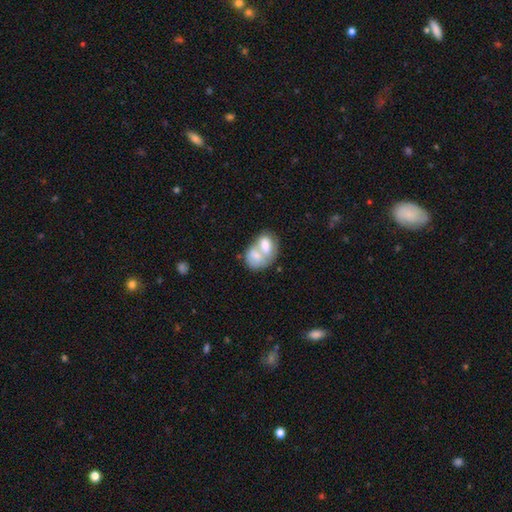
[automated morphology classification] Smooth or featured? smooth (68%)
How rounded? in between (71%)
Merging? merger (75%)